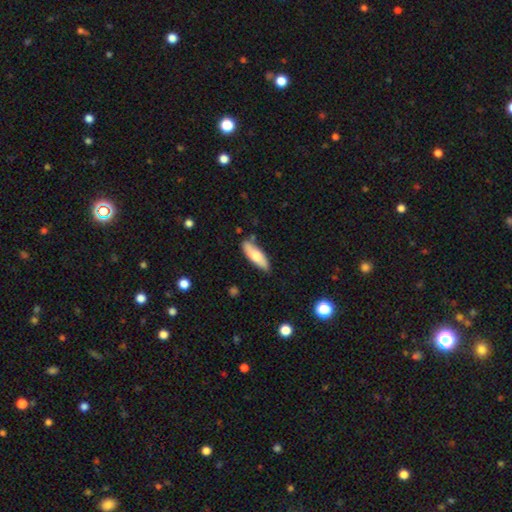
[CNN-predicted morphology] This is likely a smooth galaxy (70%). How rounded: possibly in between (52%). Merging: likely none (78%).